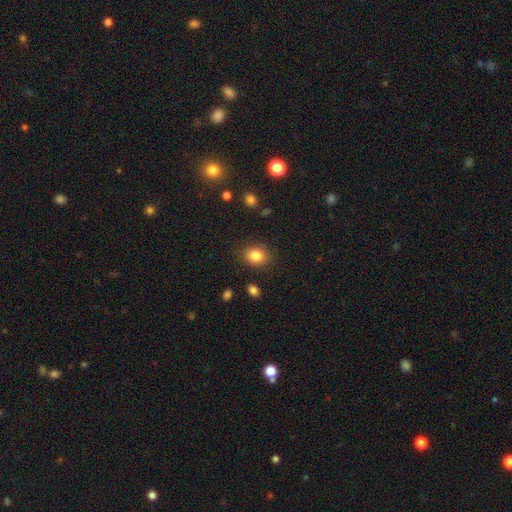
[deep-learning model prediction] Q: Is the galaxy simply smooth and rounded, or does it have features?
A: smooth — 84%.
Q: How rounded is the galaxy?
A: round — 57%.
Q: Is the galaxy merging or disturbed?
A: none — 85%.